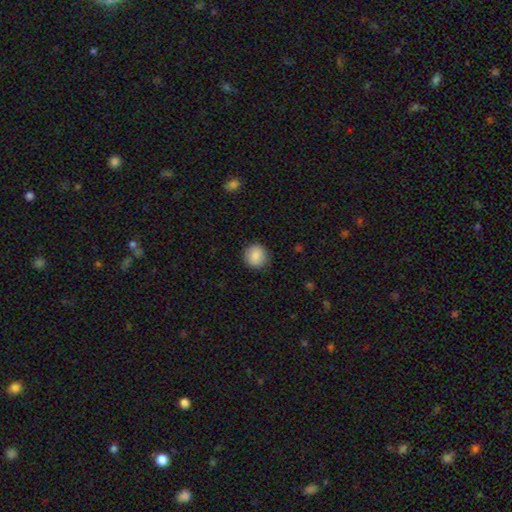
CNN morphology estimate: Smooth or featured?
  - smooth: 85% *
  - star or artifact: 8%
  - featured or disk: 7%
How rounded?
  - round: 89% *
  - in between: 10%
  - cigar-shaped: 1%
Merging?
  - none: 88% *
  - minor disturbance: 9%
  - major disturbance: 2%
  - merger: 1%